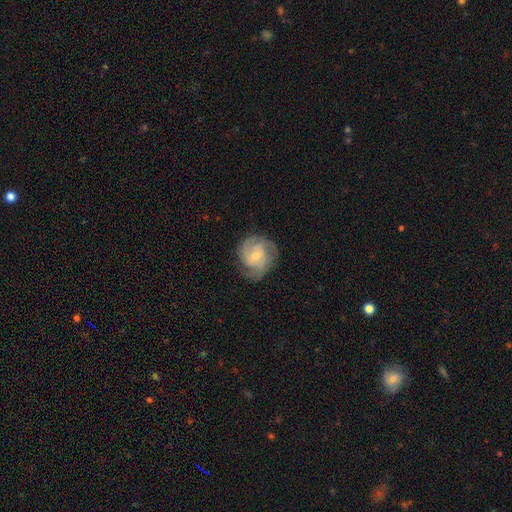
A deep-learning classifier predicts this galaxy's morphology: type=featured or disk (79%); edge-on=no (98%); bar=no (58%); spiral arms=yes (95%); winding=tight (50%); arm count=3 (35%); bulge=moderate (48%, tied with small); merging=none (73%).